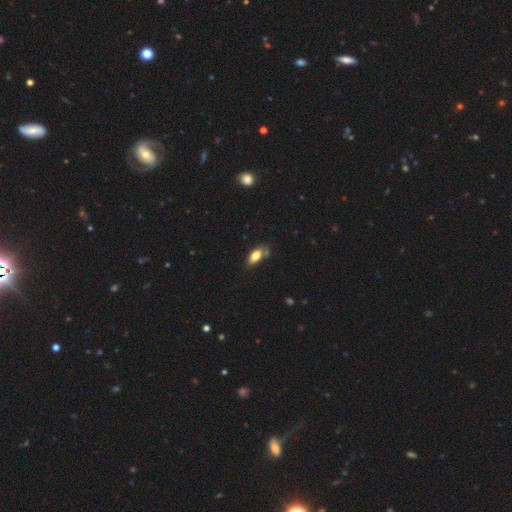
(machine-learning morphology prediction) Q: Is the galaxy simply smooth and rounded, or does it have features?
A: smooth — 80%.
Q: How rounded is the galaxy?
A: in between — 88%.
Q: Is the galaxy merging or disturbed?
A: none — 61%.